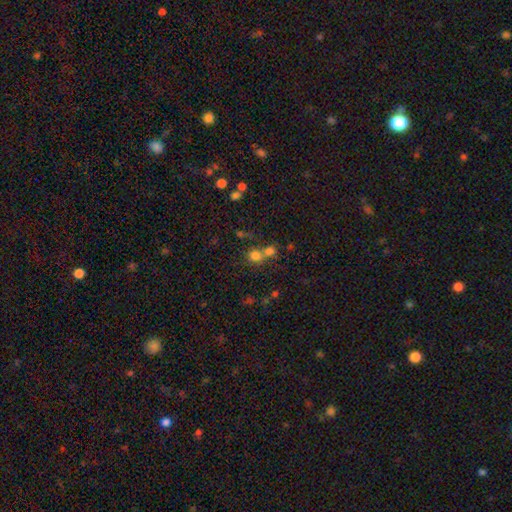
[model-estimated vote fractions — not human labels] A smooth galaxy with no disk features (74%) that is round (86%).

Vote fractions:
- Smooth or featured? smooth: 74% / star or artifact: 17% / featured or disk: 9%
- How rounded? round: 86% / in between: 13% / cigar-shaped: 1%
- Merging? none: 48% / merger: 42% / minor disturbance: 6% / major disturbance: 3%